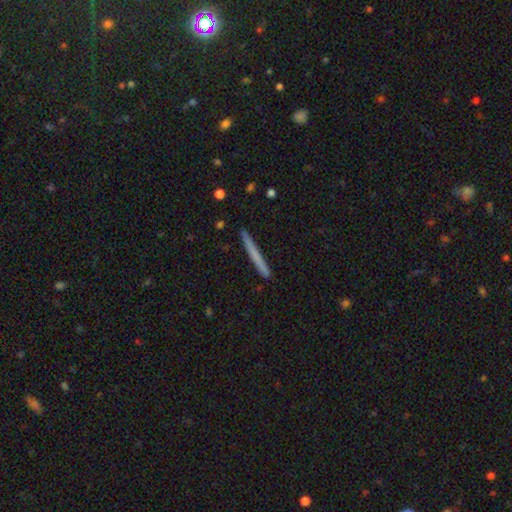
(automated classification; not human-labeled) Smooth or featured?
  - smooth: 62% *
  - featured or disk: 33%
  - star or artifact: 5%
How rounded?
  - cigar-shaped: 97% *
  - in between: 1%
  - round: 1%
Merging?
  - none: 92% *
  - minor disturbance: 6%
  - major disturbance: 1%
  - merger: 1%